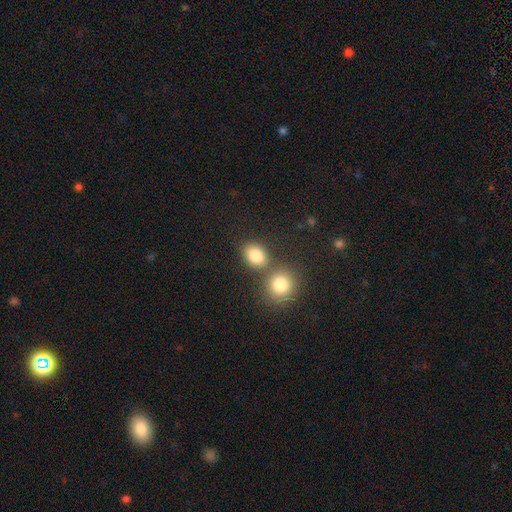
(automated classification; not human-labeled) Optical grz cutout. It shows a smooth galaxy with no disk features (83%) that is in between round and cigar-shaped (57%). Merging: none (61%).